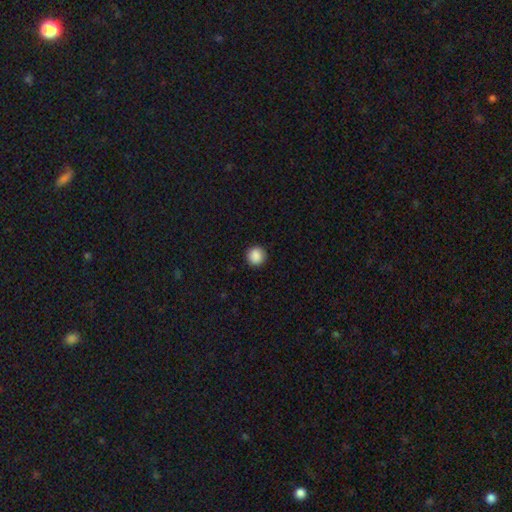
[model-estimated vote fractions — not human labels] Smooth or featured? smooth (88%)
How rounded? round (95%)
Merging? none (92%)